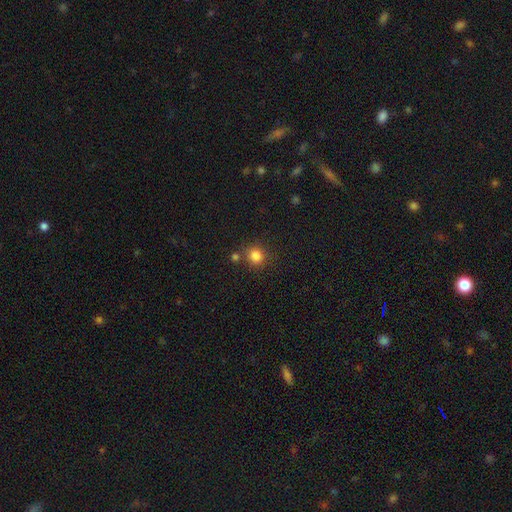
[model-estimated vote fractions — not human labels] Q: Smooth or featured?
A: smooth (83%); runner-up: star or artifact (12%)
Q: How rounded?
A: round (88%); runner-up: in between (11%)
Q: Merging?
A: none (77%); runner-up: merger (11%)